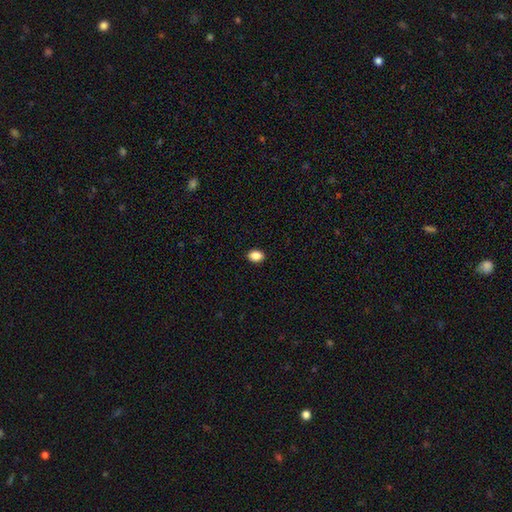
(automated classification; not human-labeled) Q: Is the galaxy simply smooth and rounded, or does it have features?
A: smooth — 88%.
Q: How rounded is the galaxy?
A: in between — 74%.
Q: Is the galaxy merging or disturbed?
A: none — 91%.